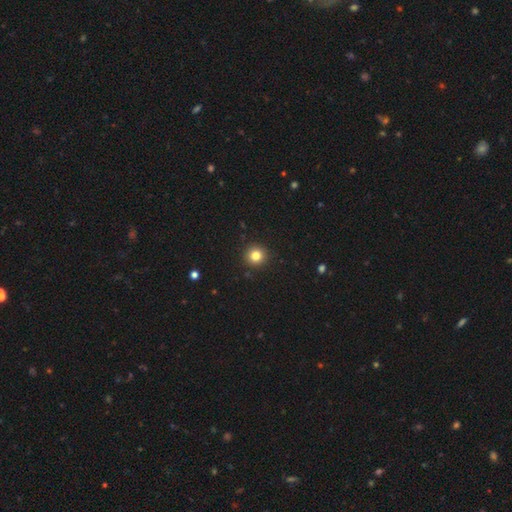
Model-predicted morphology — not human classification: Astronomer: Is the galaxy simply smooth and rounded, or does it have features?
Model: smooth — 82%.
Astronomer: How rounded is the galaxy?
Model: round — 95%.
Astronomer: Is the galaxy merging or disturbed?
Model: none — 92%.